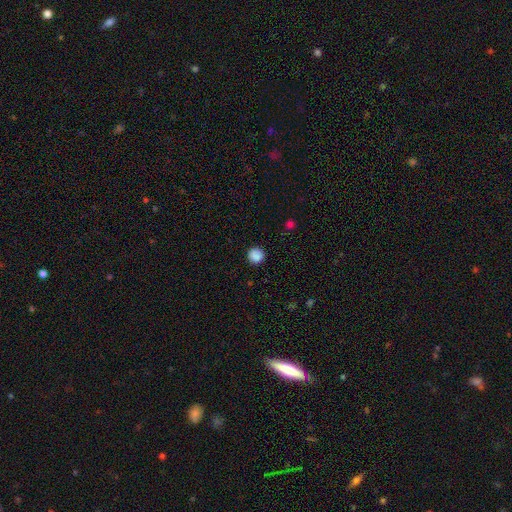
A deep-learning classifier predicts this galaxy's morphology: A smooth galaxy with no disk features (87%) that is round (93%).

Vote fractions:
- Smooth or featured? smooth: 87% / star or artifact: 10% / featured or disk: 4%
- How rounded? round: 93% / in between: 6% / cigar-shaped: 1%
- Merging? none: 88% / minor disturbance: 9% / major disturbance: 3% / merger: 1%